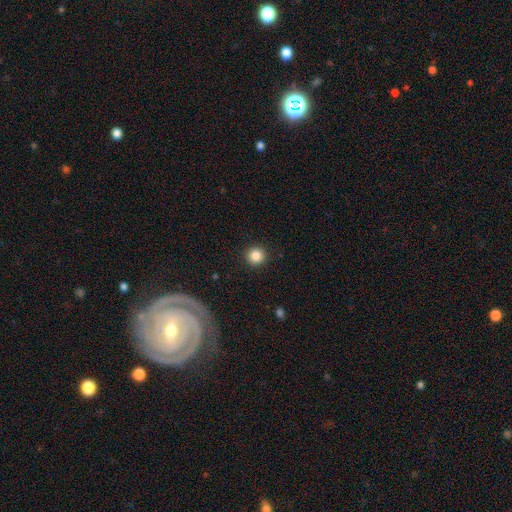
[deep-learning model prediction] A smooth galaxy with no disk features (86%) that is round (94%).

Vote fractions:
- Smooth or featured? smooth: 86% / star or artifact: 10% / featured or disk: 4%
- How rounded? round: 94% / in between: 5% / cigar-shaped: 1%
- Merging? none: 92% / minor disturbance: 5% / major disturbance: 2% / merger: 1%